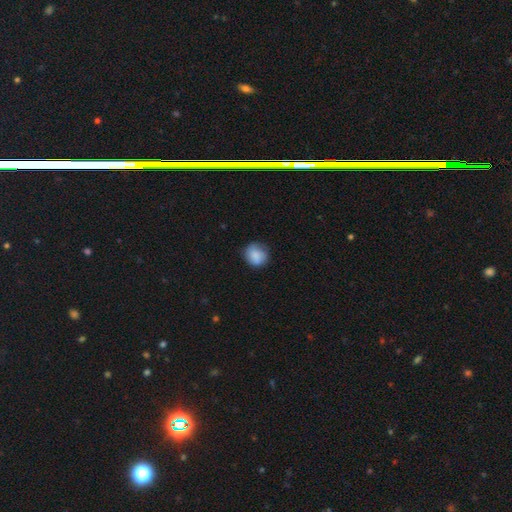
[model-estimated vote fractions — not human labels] This is clearly a smooth galaxy (84%). How rounded: clearly round (84%). Merging: likely none (73%).